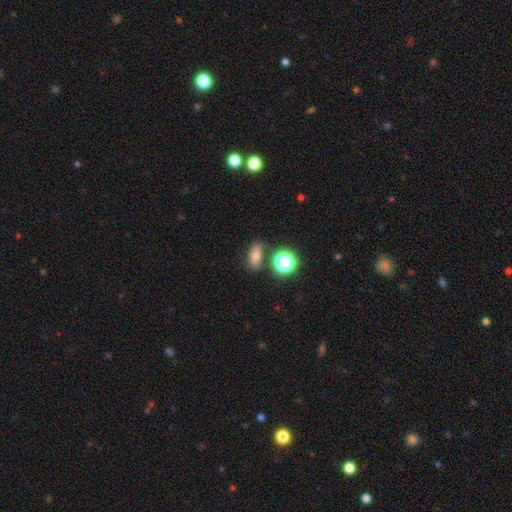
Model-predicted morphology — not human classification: Q: Smooth or featured?
A: smooth (65%); runner-up: star or artifact (18%)
Q: How rounded?
A: in between (71%); runner-up: round (20%)
Q: Merging?
A: none (75%); runner-up: minor disturbance (13%)